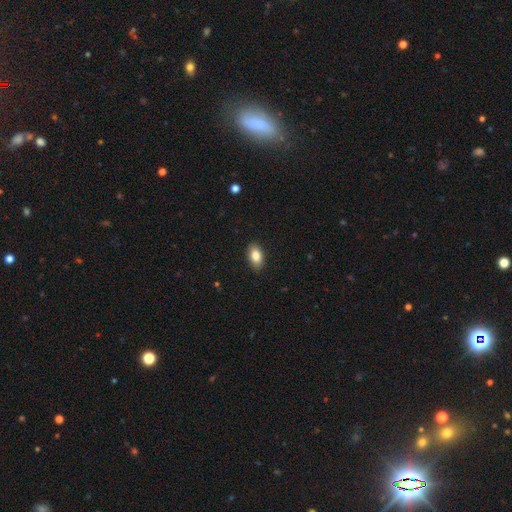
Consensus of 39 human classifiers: Smooth or featured: smooth — 92% (featured or disk — 5%)
How rounded: in between — 89% (cigar-shaped — 8%)
Merging: none — 89% (minor disturbance — 8%)